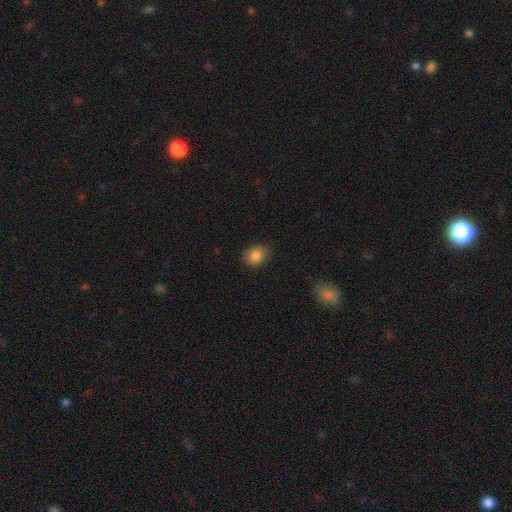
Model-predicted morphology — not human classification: Smooth or featured: smooth — 84% (star or artifact — 10%)
How rounded: in between — 50% (round — 49%)
Merging: none — 84% (minor disturbance — 12%)